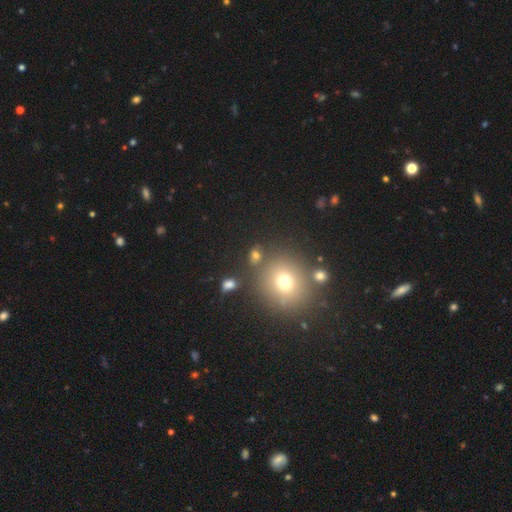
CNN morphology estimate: Smooth or featured?
  - smooth: 67% *
  - star or artifact: 22%
  - featured or disk: 11%
How rounded?
  - round: 58% *
  - in between: 40%
  - cigar-shaped: 2%
Merging?
  - none: 71% *
  - merger: 12%
  - minor disturbance: 11%
  - major disturbance: 6%